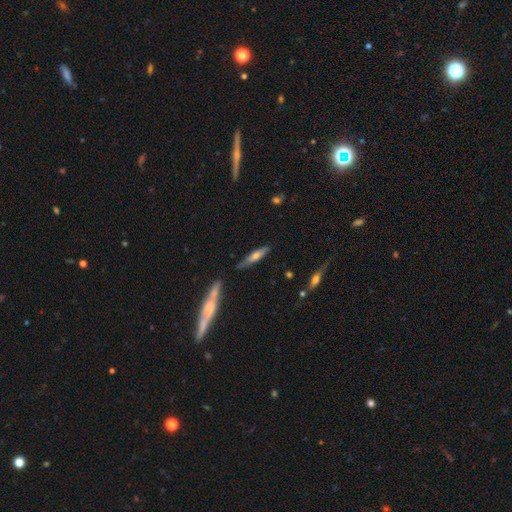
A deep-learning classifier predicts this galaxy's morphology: Smooth or featured? Predicted: featured or disk (p=0.48). Merging? Predicted: none (p=0.79).